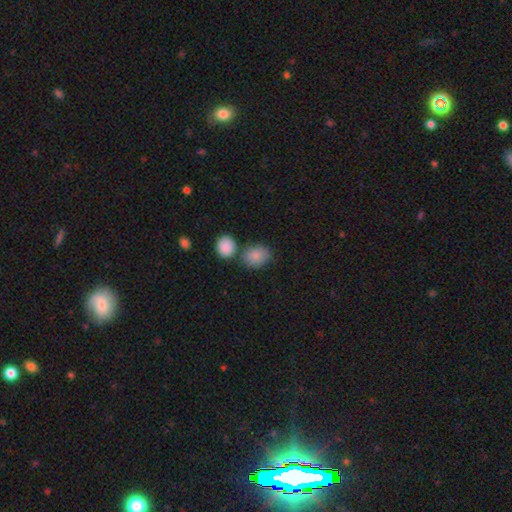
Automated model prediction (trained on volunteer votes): Morphology: type=smooth (86%); roundness=in between (58%); merging=none (61%).